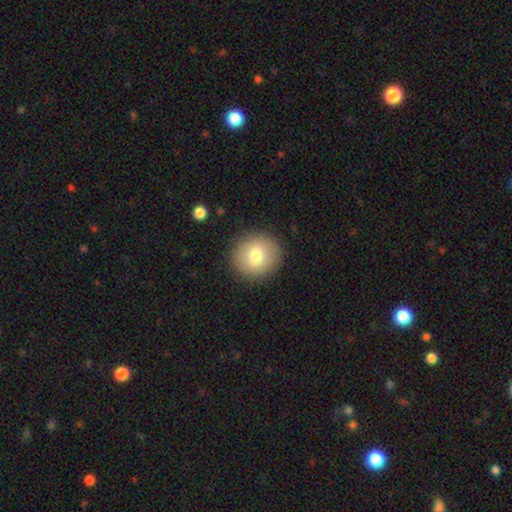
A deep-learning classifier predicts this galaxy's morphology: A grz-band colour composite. It shows a smooth galaxy with no disk features (76%) that is round (89%). Merging: none (90%).